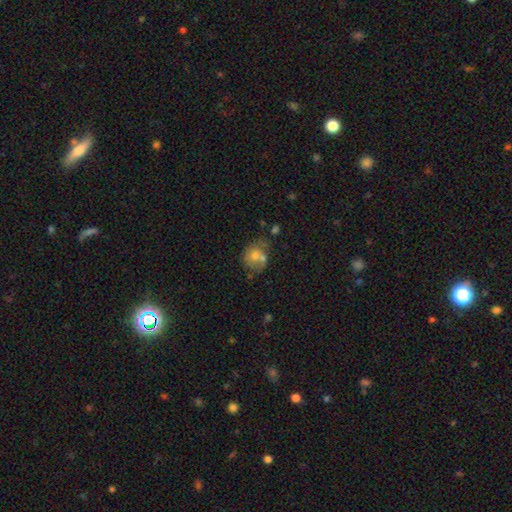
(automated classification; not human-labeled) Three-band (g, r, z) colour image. It shows a smooth galaxy with no disk features (61%) that is round (59%). Merging: none (39%).